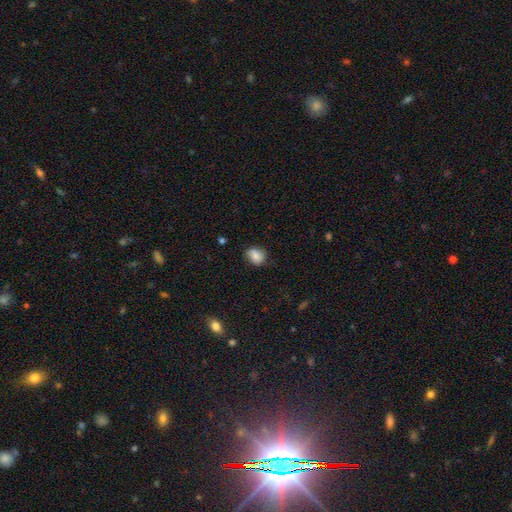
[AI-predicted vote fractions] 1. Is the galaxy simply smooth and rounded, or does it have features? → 76% smooth, 15% featured or disk, 9% star or artifact.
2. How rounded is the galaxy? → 51% round, 48% in between, 1% cigar-shaped.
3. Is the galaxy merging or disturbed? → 67% none, 25% minor disturbance, 6% major disturbance, 2% merger.